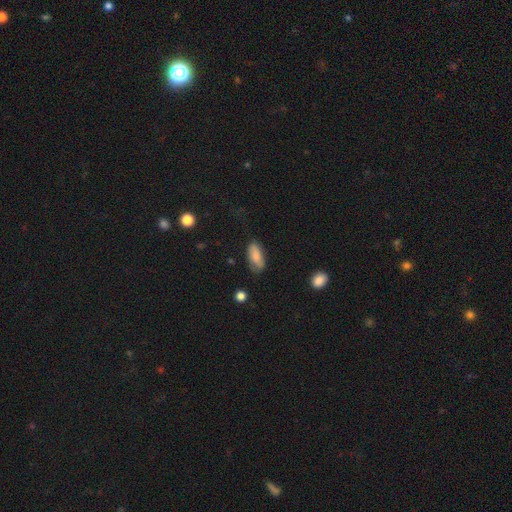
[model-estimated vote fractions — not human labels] Smooth or featured?
  - smooth: 76% *
  - featured or disk: 17%
  - star or artifact: 7%
How rounded?
  - in between: 86% *
  - cigar-shaped: 11%
  - round: 3%
Merging?
  - none: 65% *
  - minor disturbance: 26%
  - major disturbance: 7%
  - merger: 2%